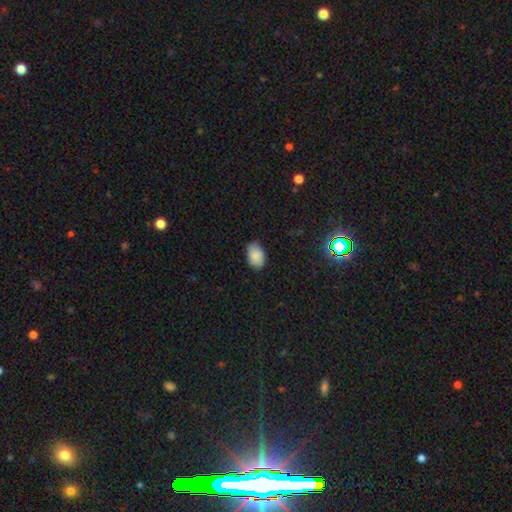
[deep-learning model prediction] Morphology: type=smooth (87%); roundness=in between (88%); merging=none (76%).